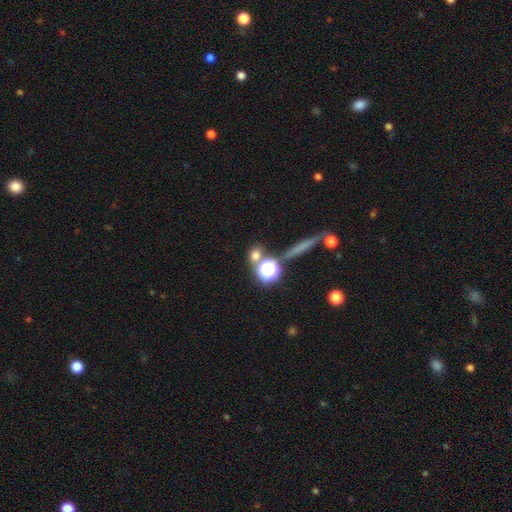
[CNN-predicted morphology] Smooth or featured? Predicted: smooth (p=0.68). How rounded? Predicted: round (p=0.68). Merging? Predicted: none (p=0.71).